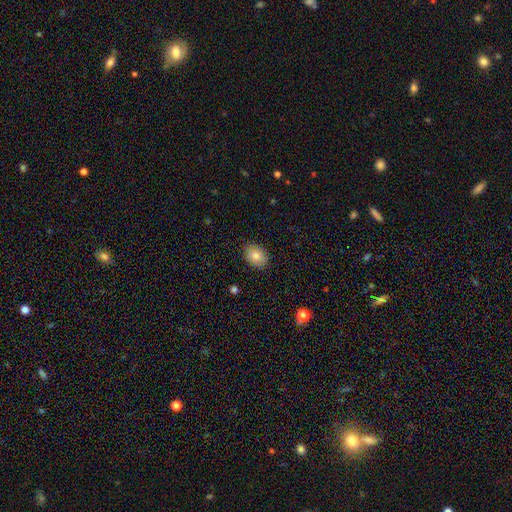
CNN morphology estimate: A smooth galaxy with no disk features (83%) that is in between round and cigar-shaped (73%).

Vote fractions:
- Smooth or featured? smooth: 83% / featured or disk: 9% / star or artifact: 8%
- How rounded? in between: 73% / round: 26% / cigar-shaped: 1%
- Merging? none: 87% / minor disturbance: 10% / major disturbance: 2% / merger: 1%